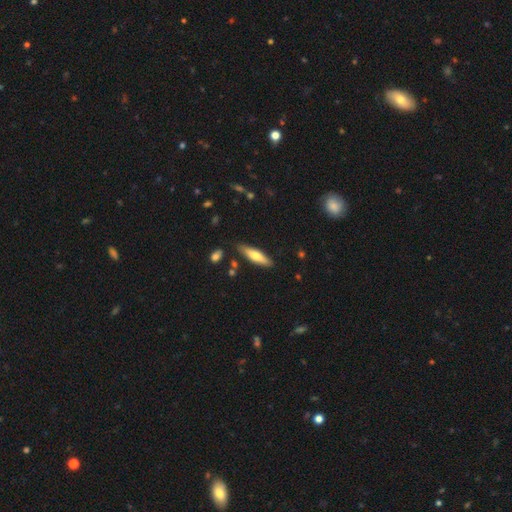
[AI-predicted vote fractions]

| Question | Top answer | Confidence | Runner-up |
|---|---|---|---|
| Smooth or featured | smooth | 60% | featured or disk (35%) |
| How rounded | cigar-shaped | 70% | in between (29%) |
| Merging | none | 84% | minor disturbance (12%) |